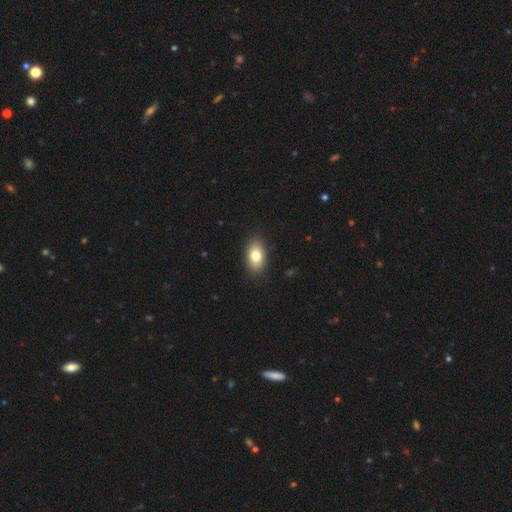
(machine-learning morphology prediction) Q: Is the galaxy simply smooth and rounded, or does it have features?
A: smooth — 80%.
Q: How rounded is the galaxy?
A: in between — 91%.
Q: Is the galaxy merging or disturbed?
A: none — 88%.